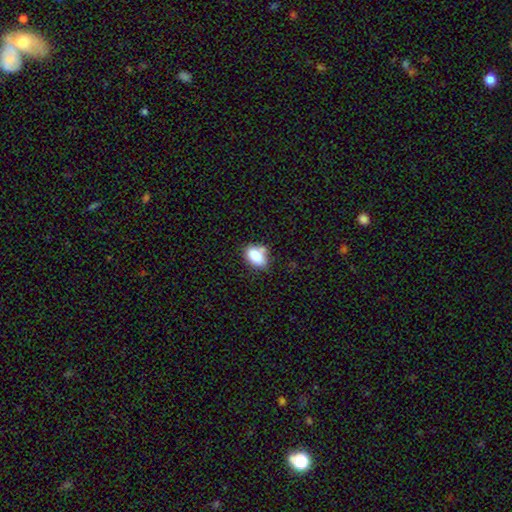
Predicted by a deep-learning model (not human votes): smooth_or_featured: smooth (p=0.83) [alt: star or artifact p=0.09]
how_rounded: in between (p=0.85) [alt: round p=0.12]
merging: none (p=0.59) [alt: minor disturbance p=0.24]